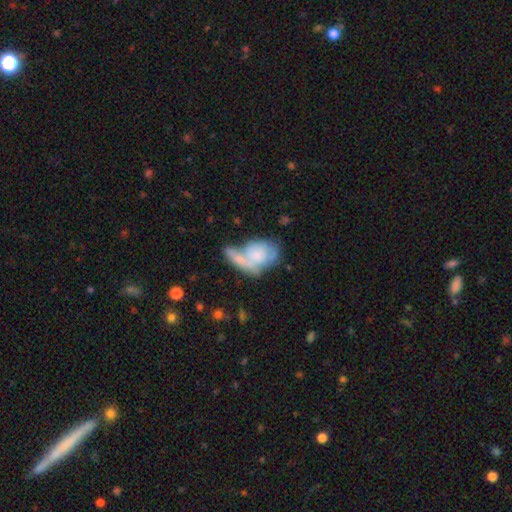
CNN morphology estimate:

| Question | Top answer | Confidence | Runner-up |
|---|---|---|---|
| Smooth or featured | smooth | 48% | featured or disk (45%) |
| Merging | merger | 47% | none (23%) |